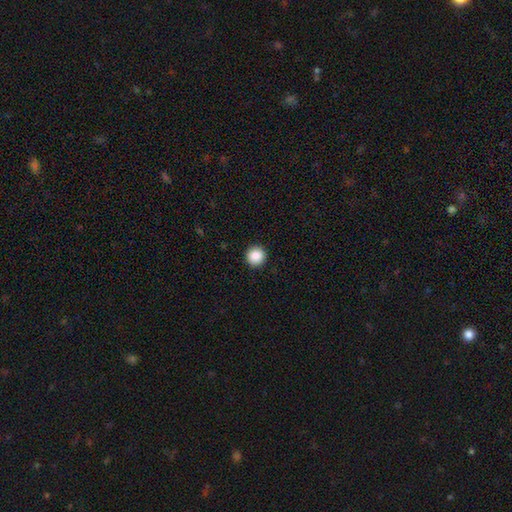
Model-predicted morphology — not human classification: A smooth galaxy with no disk features (88%) that is round (95%).

Vote fractions:
- Smooth or featured? smooth: 88% / star or artifact: 9% / featured or disk: 3%
- How rounded? round: 95% / in between: 4% / cigar-shaped: 1%
- Merging? none: 93% / minor disturbance: 4% / major disturbance: 2% / merger: 1%